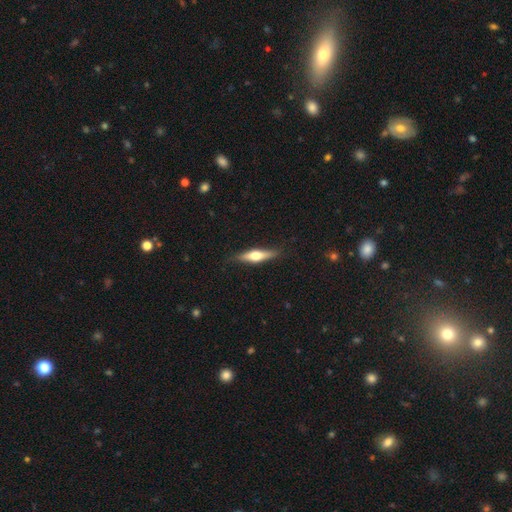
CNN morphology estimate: Smooth or featured? featured or disk (53%)
Edge-on disk? yes (95%)
Edge-on bulge? rounded (93%)
Merging? none (85%)